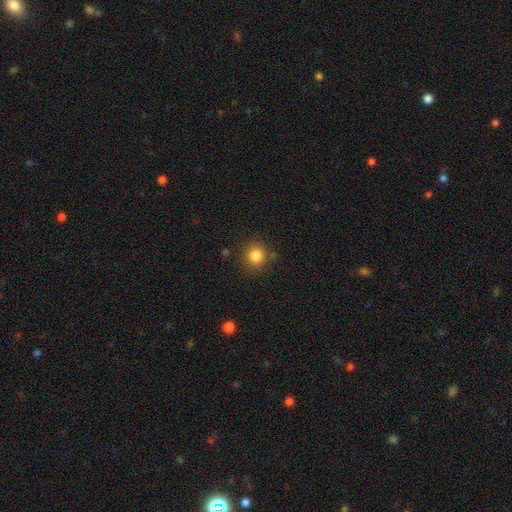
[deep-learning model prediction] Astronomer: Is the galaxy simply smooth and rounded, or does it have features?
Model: smooth — 84%.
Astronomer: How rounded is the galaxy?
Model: round — 86%.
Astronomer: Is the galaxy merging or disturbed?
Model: none — 84%.